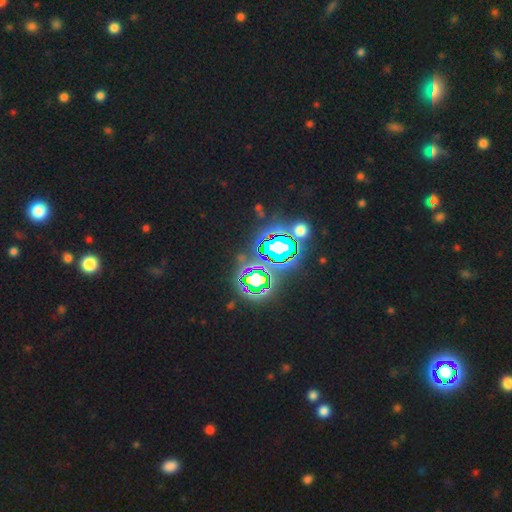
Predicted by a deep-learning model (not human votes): The model was most divided on "smooth or featured": star or artifact: 82%, smooth: 12%, featured or disk: 6%.